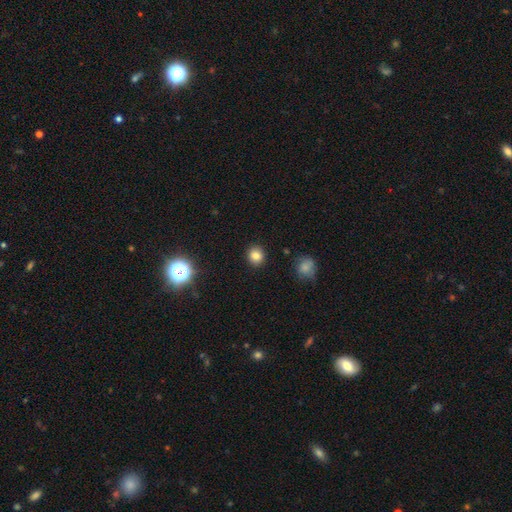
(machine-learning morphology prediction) smooth_or_featured: smooth (p=0.82) [alt: star or artifact p=0.13]
how_rounded: round (p=0.82) [alt: in between p=0.17]
merging: none (p=0.90) [alt: minor disturbance p=0.06]